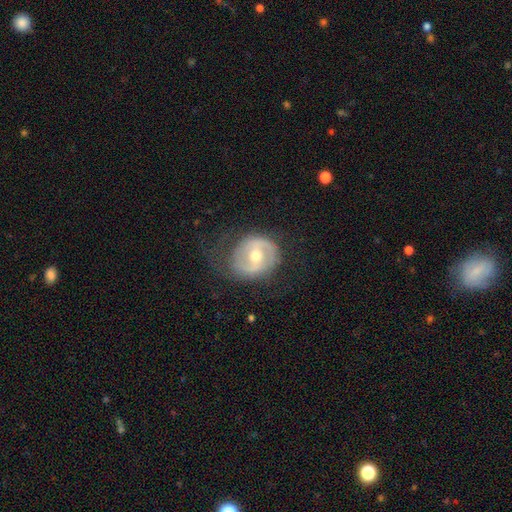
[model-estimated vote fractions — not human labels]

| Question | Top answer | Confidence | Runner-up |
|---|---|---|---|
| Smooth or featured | featured or disk | 71% | smooth (23%) |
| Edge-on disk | no | 96% | yes (4%) |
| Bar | weak | 43% | strong (30%) |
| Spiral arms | yes | 69% | no (31%) |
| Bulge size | moderate | 70% | small (25%) |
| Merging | none | 63% | minor disturbance (21%) |